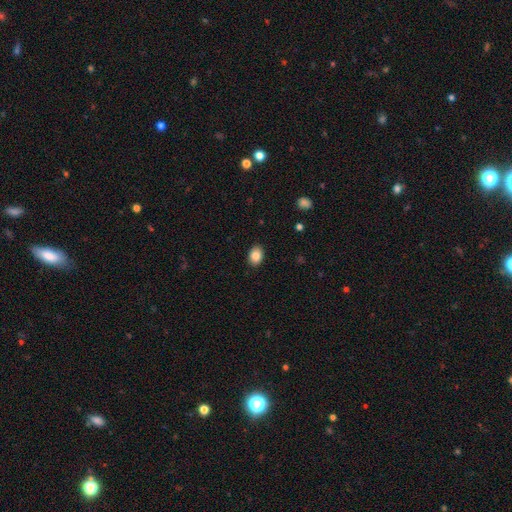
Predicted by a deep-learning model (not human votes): Q: Smooth or featured?
A: smooth (87%); runner-up: star or artifact (8%)
Q: How rounded?
A: in between (76%); runner-up: round (23%)
Q: Merging?
A: none (89%); runner-up: minor disturbance (8%)